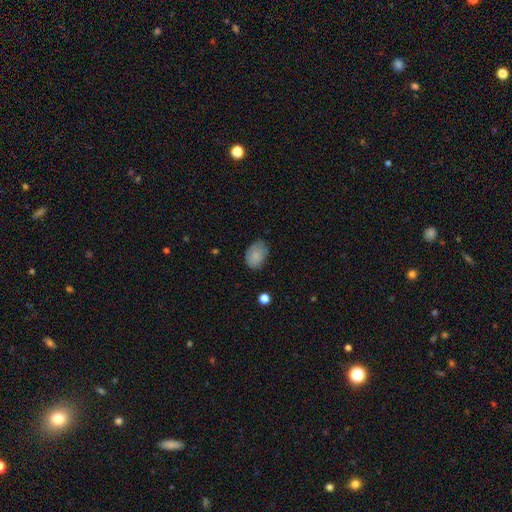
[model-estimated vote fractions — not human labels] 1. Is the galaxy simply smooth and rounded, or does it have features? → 82% smooth, 10% featured or disk, 7% star or artifact.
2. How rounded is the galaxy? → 81% in between, 18% round, 1% cigar-shaped.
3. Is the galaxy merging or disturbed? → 66% none, 27% minor disturbance, 6% major disturbance, 1% merger.